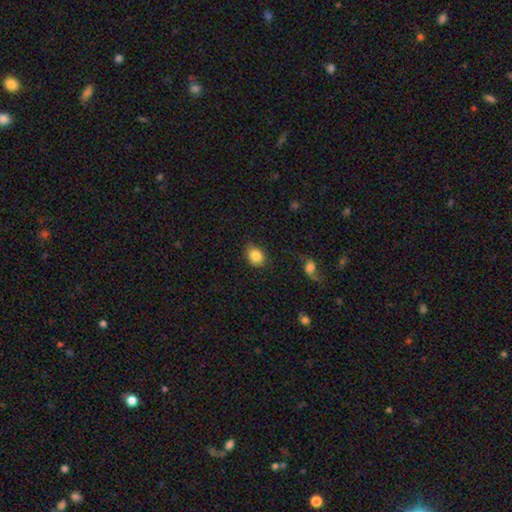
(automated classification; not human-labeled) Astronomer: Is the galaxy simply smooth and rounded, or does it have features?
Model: smooth — 84%.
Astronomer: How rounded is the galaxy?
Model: in between — 62%.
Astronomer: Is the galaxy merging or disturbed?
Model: none — 81%.